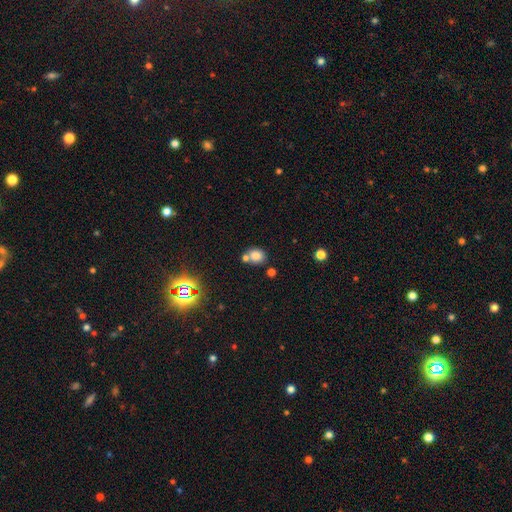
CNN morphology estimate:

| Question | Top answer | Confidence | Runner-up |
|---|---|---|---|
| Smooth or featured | smooth | 77% | star or artifact (15%) |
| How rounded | round | 65% | in between (33%) |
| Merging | none | 57% | merger (28%) |